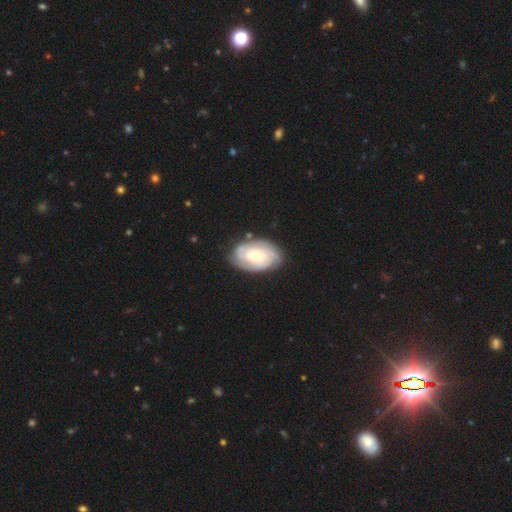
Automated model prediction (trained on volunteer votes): featured or disk 76%, smooth 19%, star or artifact 5%. Down the decision tree: edge-on disk — no (97%); bar — no (64%); spiral arms — yes (93%); spiral arm count — can't tell (34%); spiral winding — tight (72%); bulge size — moderate (50%); merging — none (76%).